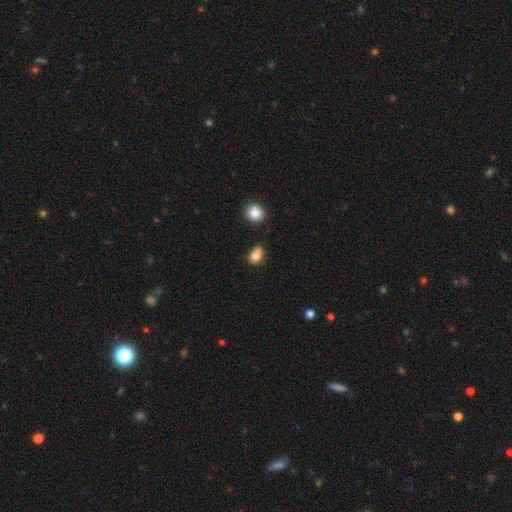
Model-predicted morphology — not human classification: Q: Smooth or featured?
A: smooth (82%); runner-up: star or artifact (11%)
Q: How rounded?
A: in between (53%); runner-up: round (46%)
Q: Merging?
A: none (53%); runner-up: minor disturbance (28%)